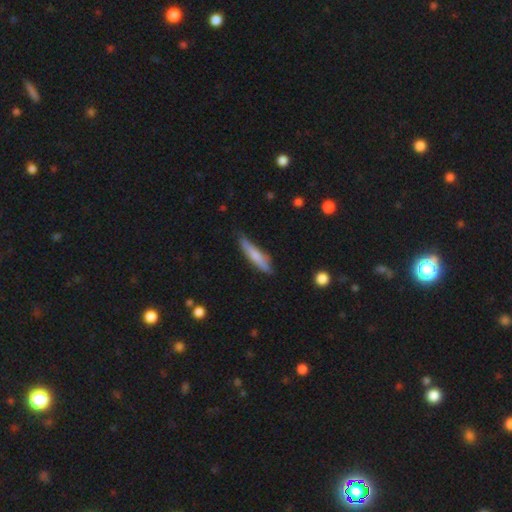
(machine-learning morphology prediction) The model was most divided on "smooth or featured": smooth: 66%, featured or disk: 29%, star or artifact: 5%. More confident: how rounded — cigar-shaped (88%); merging — none (81%).